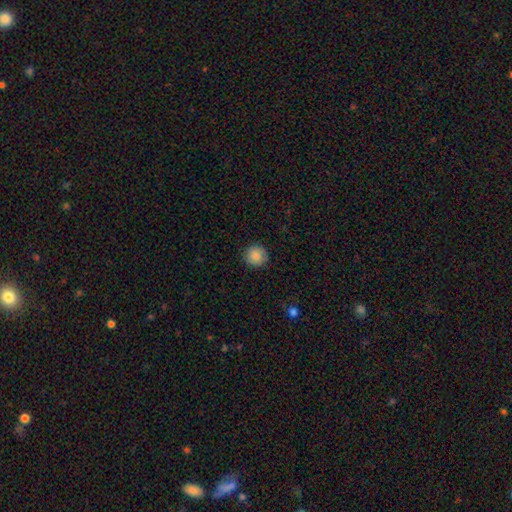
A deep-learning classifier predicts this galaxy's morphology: Smooth or featured?
  - smooth: 86% *
  - star or artifact: 8%
  - featured or disk: 5%
How rounded?
  - round: 94% *
  - in between: 5%
  - cigar-shaped: 1%
Merging?
  - none: 91% *
  - minor disturbance: 7%
  - major disturbance: 2%
  - merger: 1%